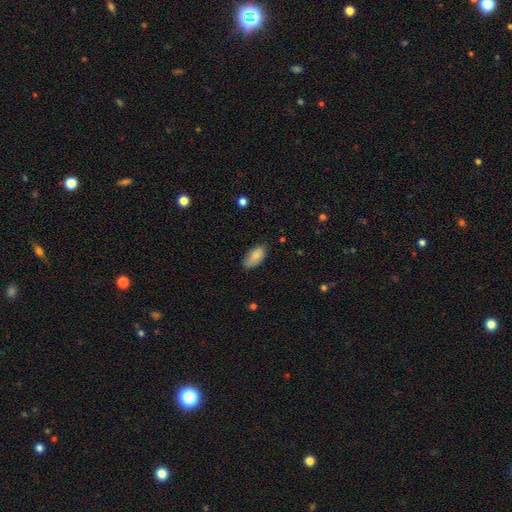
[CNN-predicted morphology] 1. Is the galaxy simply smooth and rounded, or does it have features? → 83% smooth, 10% featured or disk, 7% star or artifact.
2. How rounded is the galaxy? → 93% in between, 4% cigar-shaped, 3% round.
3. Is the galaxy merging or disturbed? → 71% none, 24% minor disturbance, 4% major disturbance, 1% merger.